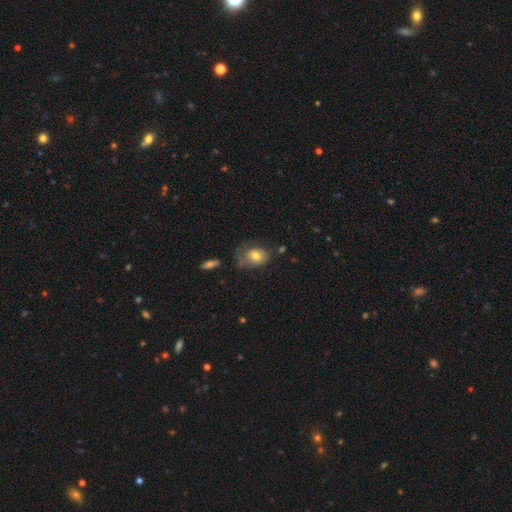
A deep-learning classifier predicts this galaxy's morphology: This appears to be a smooth galaxy with no disk features (57%) that is in between round and cigar-shaped (65%). Merging: none (42%).